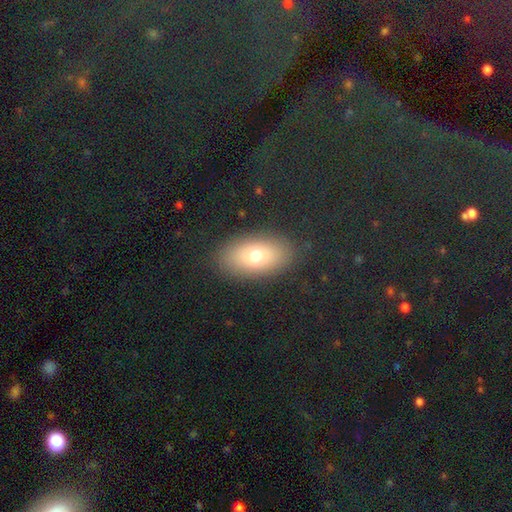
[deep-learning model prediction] smooth_or_featured: smooth (p=0.69) [alt: featured or disk p=0.19]
how_rounded: in between (p=0.86) [alt: round p=0.11]
merging: none (p=0.85) [alt: minor disturbance p=0.09]